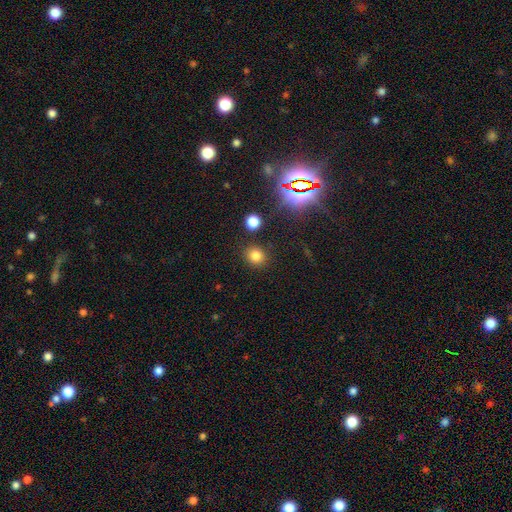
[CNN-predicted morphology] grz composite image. It shows a smooth galaxy with no disk features (78%) that is round (78%). Merging: none (85%).